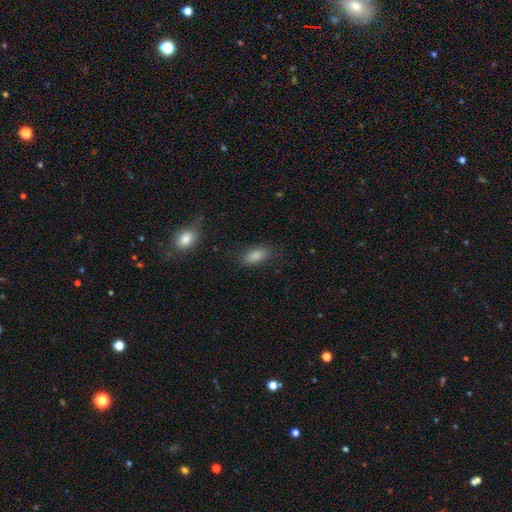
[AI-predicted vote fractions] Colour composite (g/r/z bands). It shows a smooth galaxy with no disk features (85%) that is in between round and cigar-shaped (89%). Merging: none (80%).